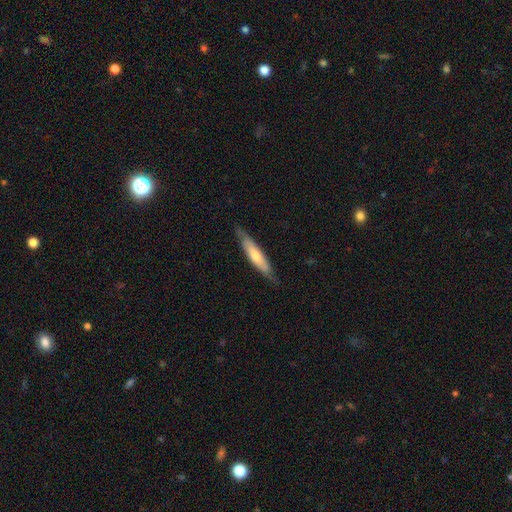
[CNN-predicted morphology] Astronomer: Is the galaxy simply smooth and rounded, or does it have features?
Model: smooth — 54% (runner-up: featured or disk, 41%).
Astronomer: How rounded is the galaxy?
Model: cigar-shaped — 80%.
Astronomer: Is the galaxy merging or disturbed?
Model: none — 76%.